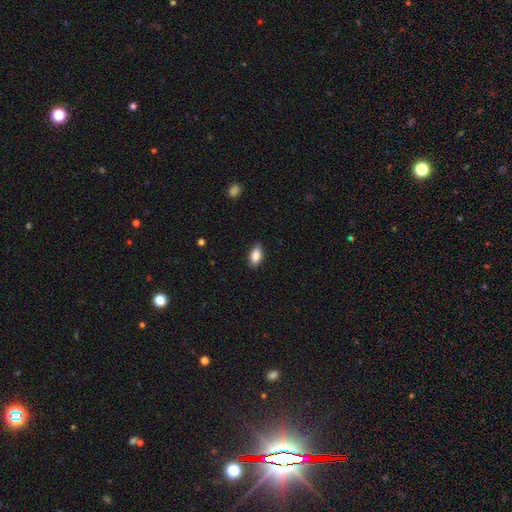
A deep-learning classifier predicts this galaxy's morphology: A smooth galaxy with no disk features (86%) that is in between round and cigar-shaped (89%). Merging: none (83%).